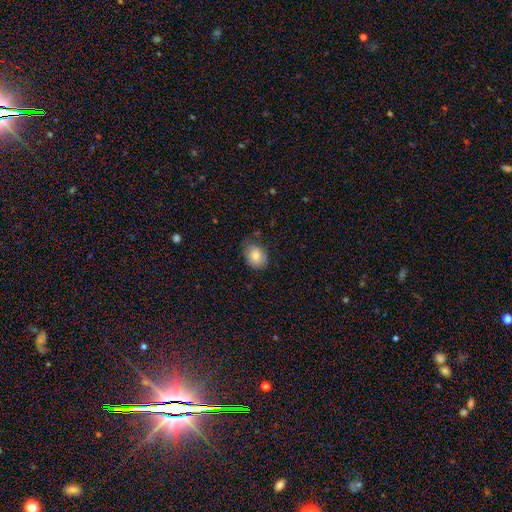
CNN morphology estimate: A smooth galaxy with no disk features (79%) that is round (50%). Merging: none (67%).